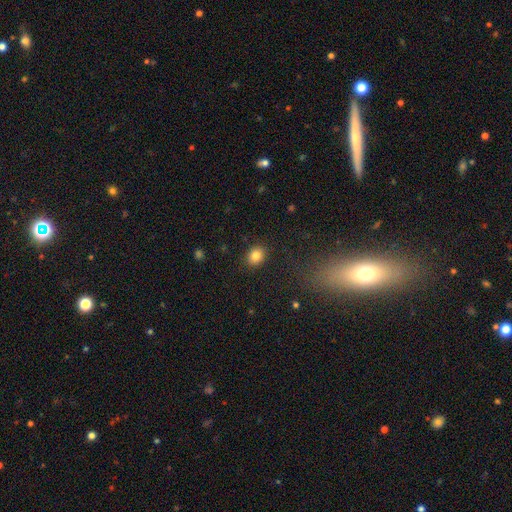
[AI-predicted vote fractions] smooth-or-featured: smooth: 84% | star or artifact: 10% | featured or disk: 6%
  how-rounded: round: 52% | in between: 47% | cigar-shaped: 1%
  merging: none: 88% | minor disturbance: 9% | major disturbance: 3% | merger: 1%